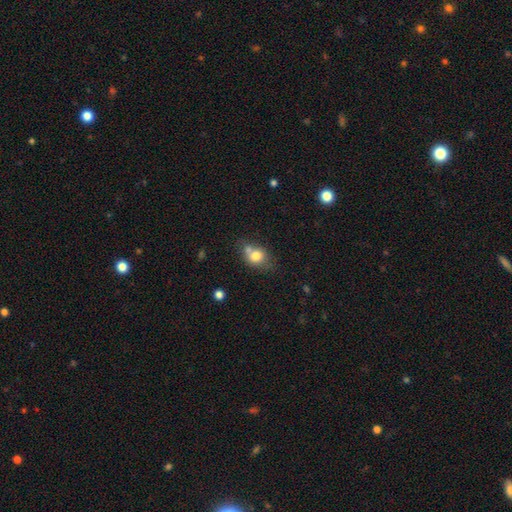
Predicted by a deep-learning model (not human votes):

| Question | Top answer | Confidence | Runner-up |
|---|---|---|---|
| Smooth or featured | smooth | 76% | featured or disk (14%) |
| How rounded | round | 53% | in between (46%) |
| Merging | none | 43% | merger (35%) |